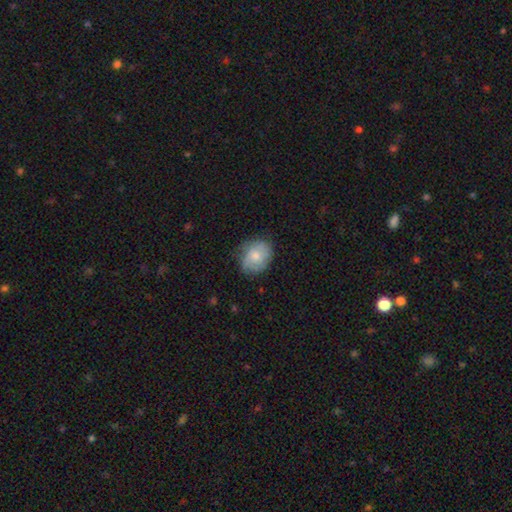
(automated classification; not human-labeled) Smooth or featured? Predicted: smooth (p=0.65). How rounded? Predicted: round (p=0.58). Merging? Predicted: none (p=0.68).